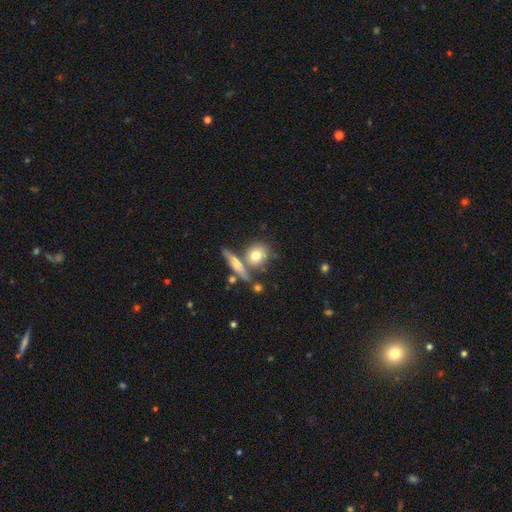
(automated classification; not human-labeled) smooth-or-featured: smooth: 75% | featured or disk: 17% | star or artifact: 8%
  how-rounded: round: 64% | in between: 28% | cigar-shaped: 8%
  merging: none: 58% | merger: 25% | minor disturbance: 13% | major disturbance: 5%